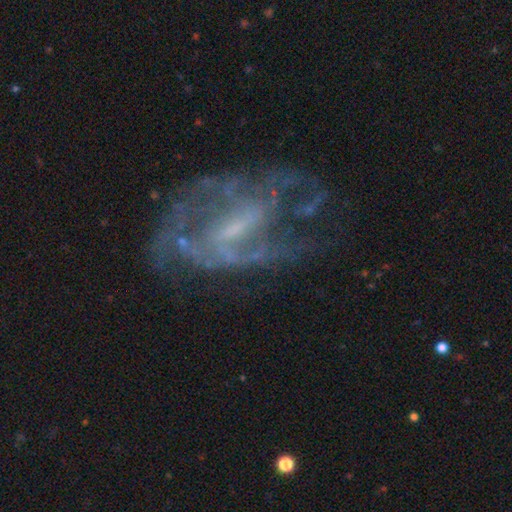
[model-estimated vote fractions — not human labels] Smooth or featured? featured or disk (83%)
Edge-on disk? no (96%)
Bar? weak (51%)
Spiral arms? yes (83%)
Spiral winding? medium (45%)
Spiral arm count? can't tell (39%)
Bulge size? small (50%)
Merging? none (53%)